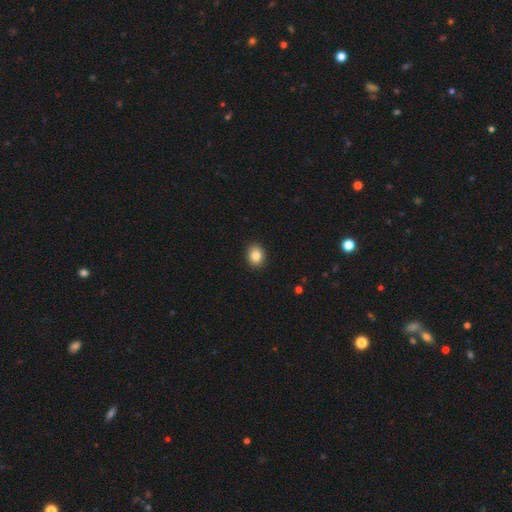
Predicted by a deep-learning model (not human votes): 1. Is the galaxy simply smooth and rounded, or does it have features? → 85% smooth, 9% star or artifact, 5% featured or disk.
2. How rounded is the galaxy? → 58% round, 41% in between, 1% cigar-shaped.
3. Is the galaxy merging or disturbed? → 91% none, 7% minor disturbance, 2% major disturbance, 1% merger.